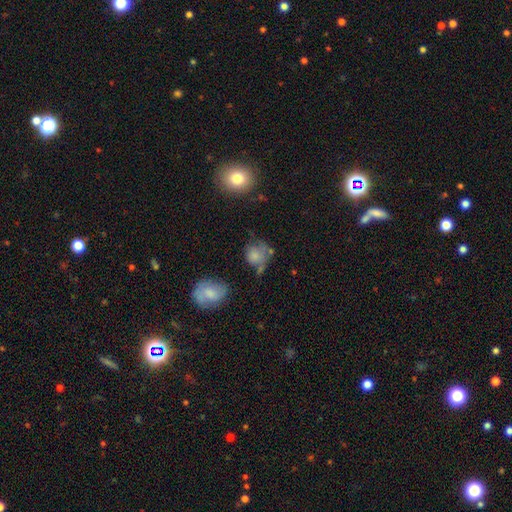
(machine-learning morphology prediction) This appears to be a smooth galaxy with no disk features (71%) that is round (72%). Merging: none (40%).